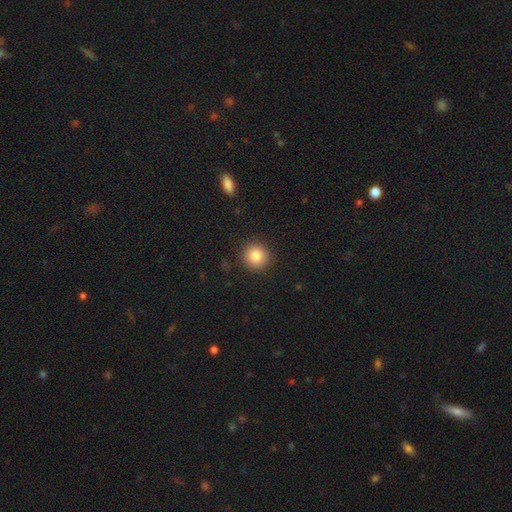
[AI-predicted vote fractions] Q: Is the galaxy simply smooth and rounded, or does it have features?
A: smooth — 84%.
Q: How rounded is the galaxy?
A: round — 93%.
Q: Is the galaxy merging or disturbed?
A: none — 91%.